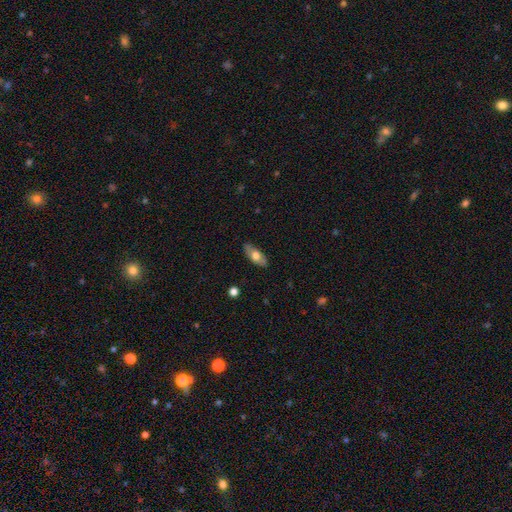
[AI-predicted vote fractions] A smooth galaxy with no disk features (62%) that is in between round and cigar-shaped (82%).

Vote fractions:
- Smooth or featured? smooth: 62% / featured or disk: 32% / star or artifact: 6%
- How rounded? in between: 82% / cigar-shaped: 15% / round: 3%
- Merging? none: 84% / minor disturbance: 13% / major disturbance: 2% / merger: 1%